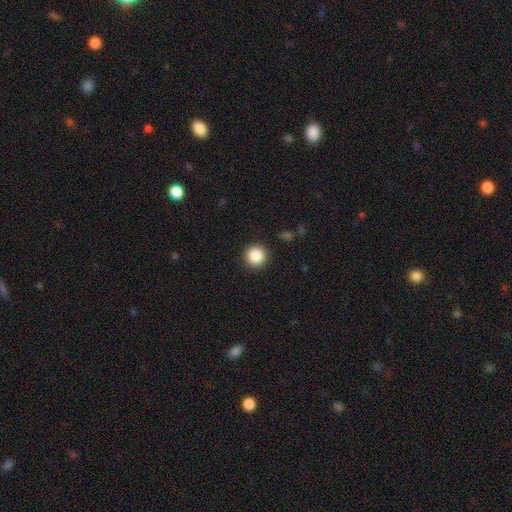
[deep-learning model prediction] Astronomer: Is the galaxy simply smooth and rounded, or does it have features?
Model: smooth — 87%.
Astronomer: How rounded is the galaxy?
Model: round — 96%.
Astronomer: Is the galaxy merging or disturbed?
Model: none — 92%.